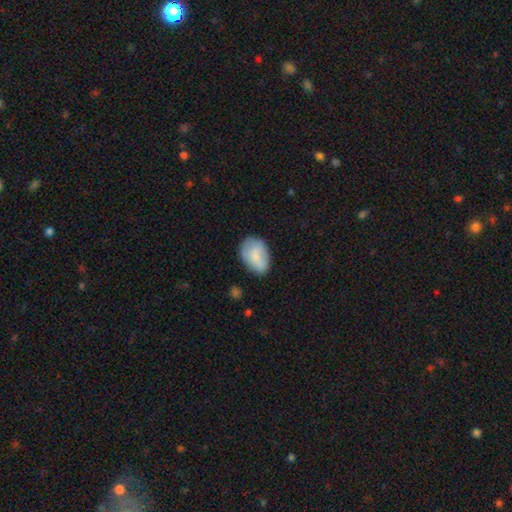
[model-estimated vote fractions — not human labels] Smooth or featured? smooth (78%)
How rounded? in between (86%)
Merging? none (68%)